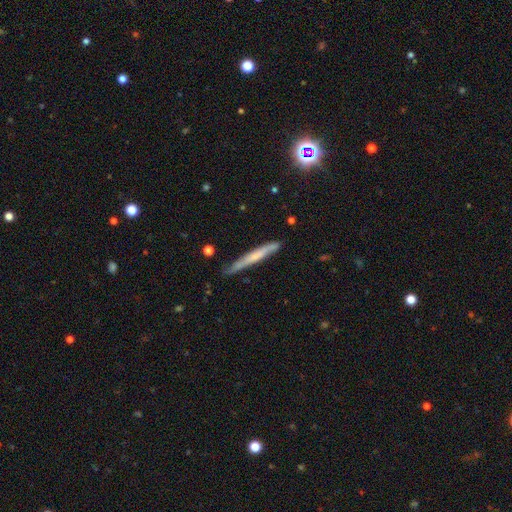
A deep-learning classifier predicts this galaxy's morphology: Smooth or featured? smooth (49%)
Merging? none (78%)